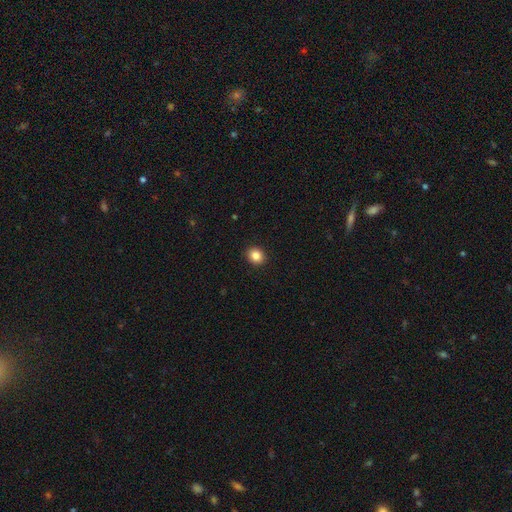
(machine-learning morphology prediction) Smooth or featured?
  - smooth: 85% *
  - star or artifact: 10%
  - featured or disk: 5%
How rounded?
  - round: 75% *
  - in between: 24%
  - cigar-shaped: 1%
Merging?
  - none: 92% *
  - minor disturbance: 5%
  - major disturbance: 2%
  - merger: 1%